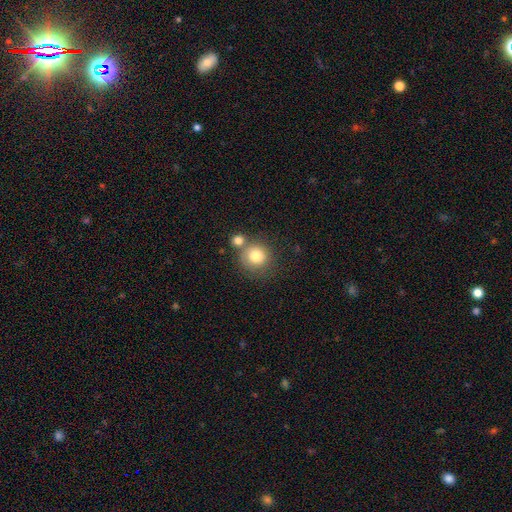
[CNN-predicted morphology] A smooth galaxy with no disk features (79%) that is round (91%).

Vote fractions:
- Smooth or featured? smooth: 79% / featured or disk: 11% / star or artifact: 10%
- How rounded? round: 91% / in between: 8% / cigar-shaped: 1%
- Merging? none: 59% / merger: 26% / minor disturbance: 11% / major disturbance: 4%